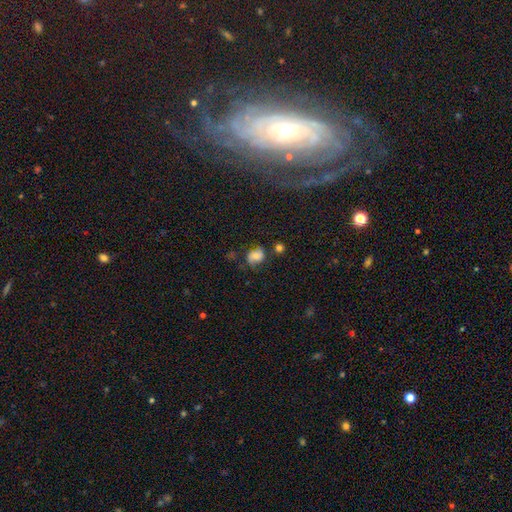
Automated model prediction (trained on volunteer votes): A smooth galaxy with no disk features (57%) that is round (50%).

Vote fractions:
- Smooth or featured? smooth: 57% / featured or disk: 30% / star or artifact: 13%
- How rounded? round: 50% / in between: 48% / cigar-shaped: 1%
- Merging? none: 52% / minor disturbance: 28% / major disturbance: 15% / merger: 6%